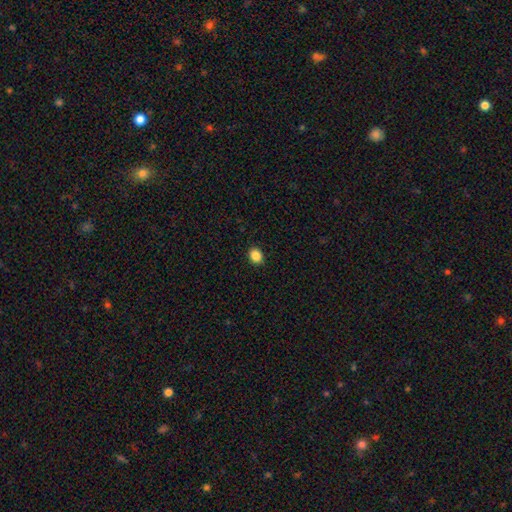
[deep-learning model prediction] Q: Smooth or featured?
A: smooth (87%); runner-up: star or artifact (10%)
Q: How rounded?
A: round (58%); runner-up: in between (41%)
Q: Merging?
A: none (92%); runner-up: minor disturbance (5%)